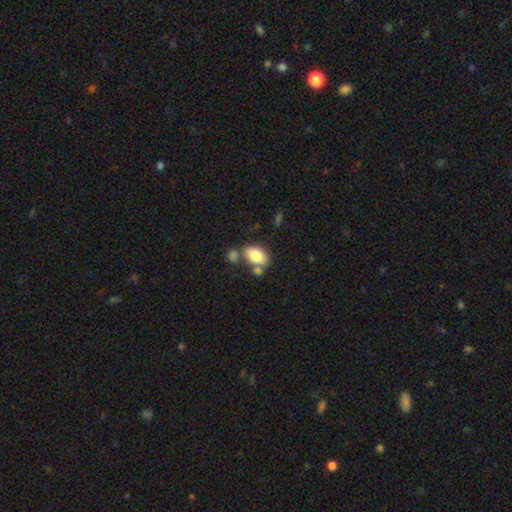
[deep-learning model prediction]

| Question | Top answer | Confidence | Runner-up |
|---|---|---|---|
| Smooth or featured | smooth | 82% | featured or disk (10%) |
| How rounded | in between | 91% | round (8%) |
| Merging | none | 57% | merger (23%) |